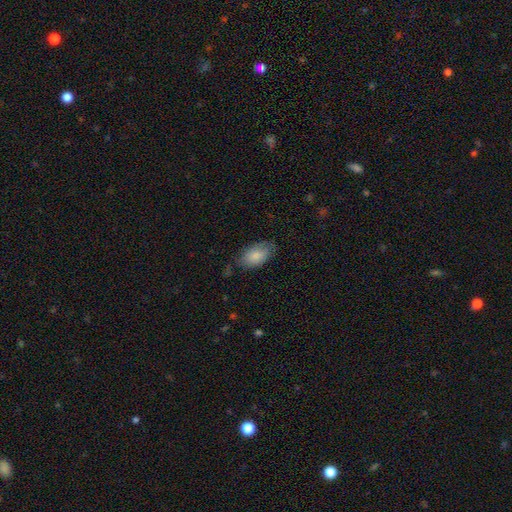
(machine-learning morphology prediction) type=smooth (81%); roundness=in between (93%); merging=none (68%).